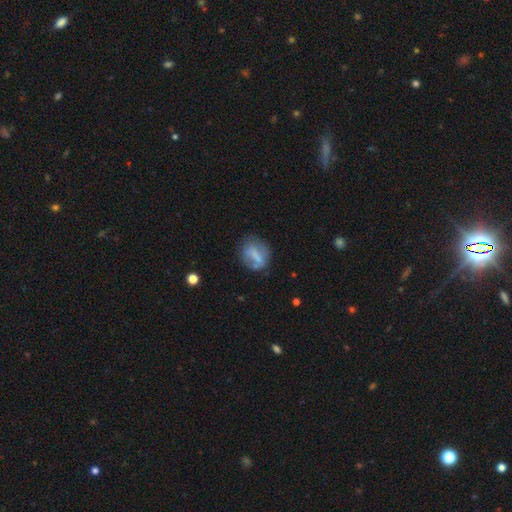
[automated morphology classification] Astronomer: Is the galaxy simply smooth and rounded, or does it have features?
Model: smooth — 57% (runner-up: featured or disk, 34%).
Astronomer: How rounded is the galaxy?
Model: round — 51% (runner-up: in between, 45%).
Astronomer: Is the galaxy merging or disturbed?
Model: none — 59%.